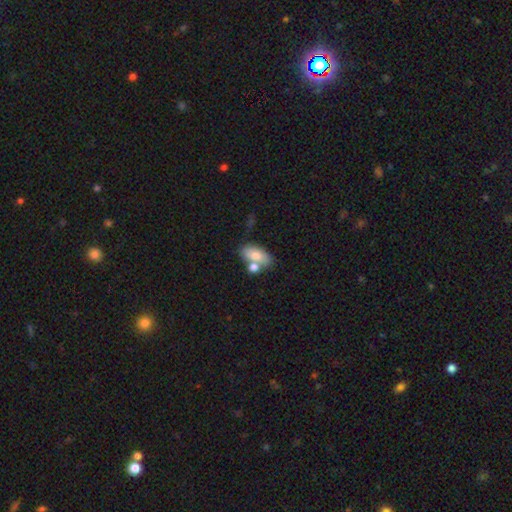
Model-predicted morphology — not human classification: type=smooth (73%); roundness=in between (87%); merging=none (46%).